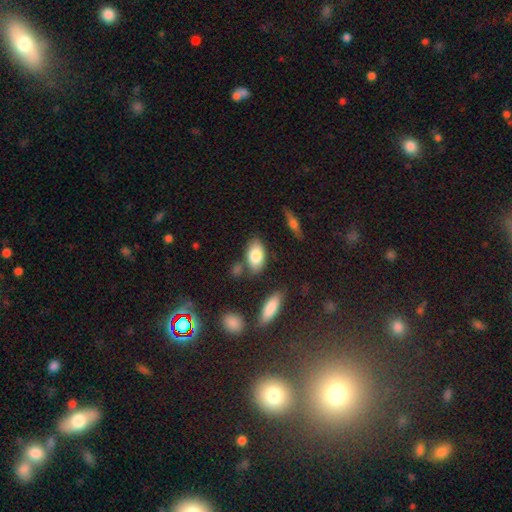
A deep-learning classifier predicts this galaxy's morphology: A smooth galaxy with no disk features (82%) that is in between round and cigar-shaped (92%). Merging: none (73%).